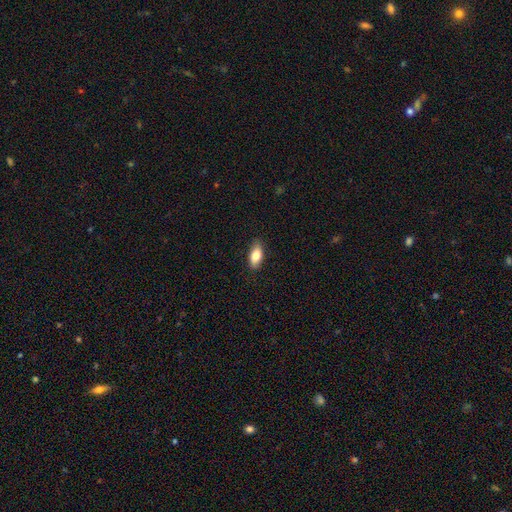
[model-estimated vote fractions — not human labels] Smooth or featured? Predicted: smooth (p=0.81). How rounded? Predicted: in between (p=0.86). Merging? Predicted: none (p=0.86).